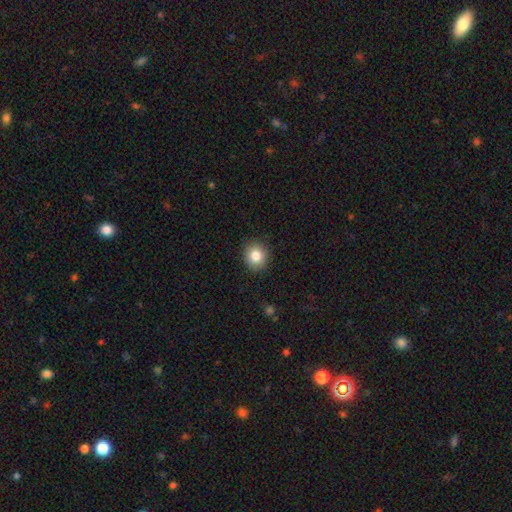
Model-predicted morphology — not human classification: Smooth or featured? smooth (84%)
How rounded? round (77%)
Merging? none (90%)